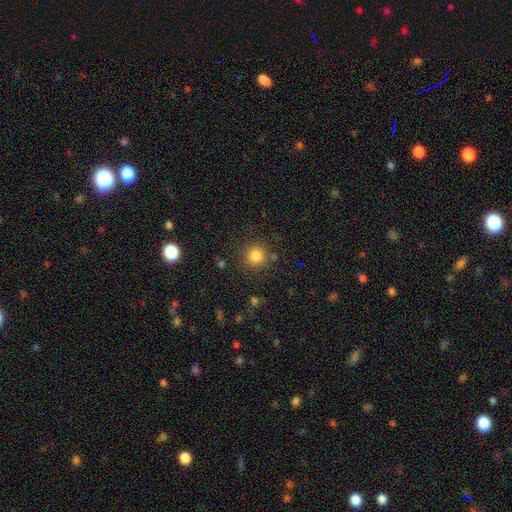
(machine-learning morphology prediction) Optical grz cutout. It shows a smooth galaxy with no disk features (82%) that is round (93%). Merging: none (86%).